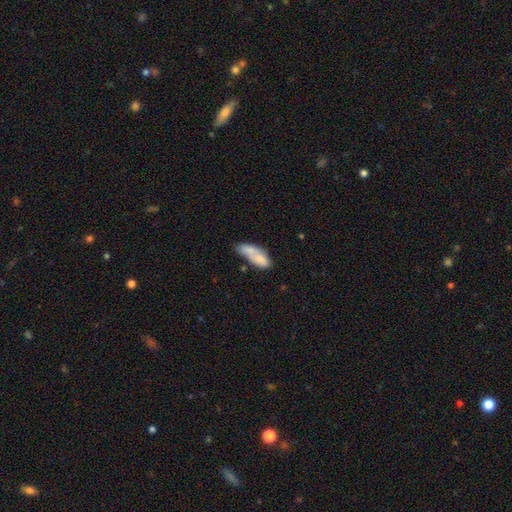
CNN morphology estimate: smooth 70%, featured or disk 22%, star or artifact 8%. Down the decision tree: how rounded — in between (67%); merging — none (33%).